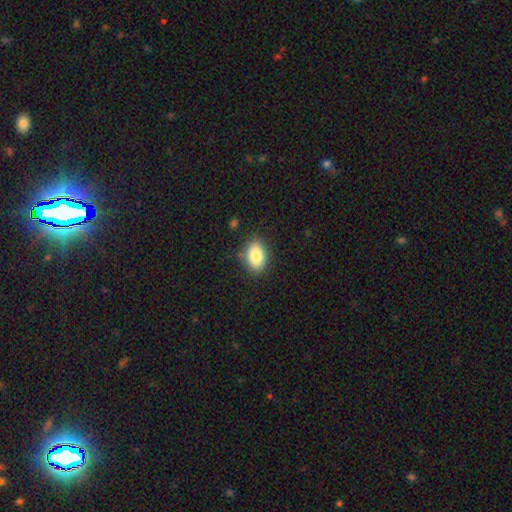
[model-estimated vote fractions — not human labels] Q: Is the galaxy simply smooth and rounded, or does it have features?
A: smooth — 84%.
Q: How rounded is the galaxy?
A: in between — 82%.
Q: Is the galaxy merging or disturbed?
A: none — 83%.